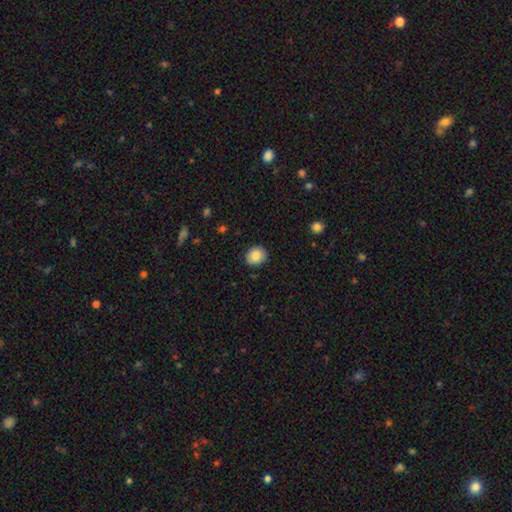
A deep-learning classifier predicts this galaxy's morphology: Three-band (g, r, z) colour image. It shows a smooth galaxy with no disk features (87%) that is round (74%). Merging: none (89%).